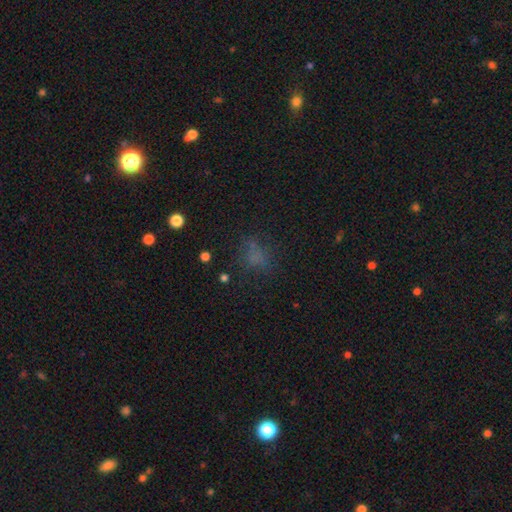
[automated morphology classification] Q: Smooth or featured?
A: smooth (60%); runner-up: star or artifact (25%)
Q: How rounded?
A: in between (51%); runner-up: round (46%)
Q: Merging?
A: none (63%); runner-up: minor disturbance (19%)